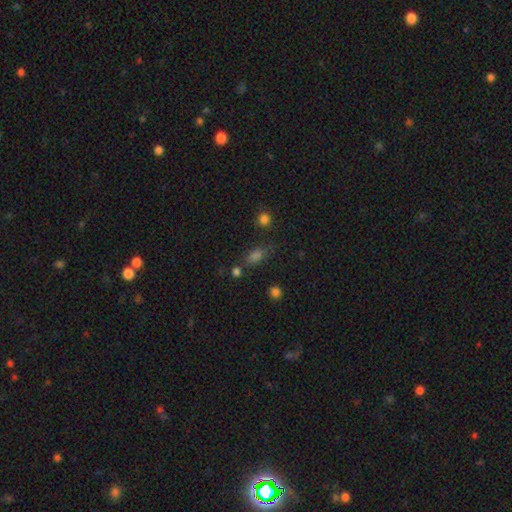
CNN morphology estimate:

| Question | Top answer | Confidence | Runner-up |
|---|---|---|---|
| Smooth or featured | smooth | 70% | star or artifact (22%) |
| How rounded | in between | 73% | round (19%) |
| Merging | none | 69% | minor disturbance (16%) |